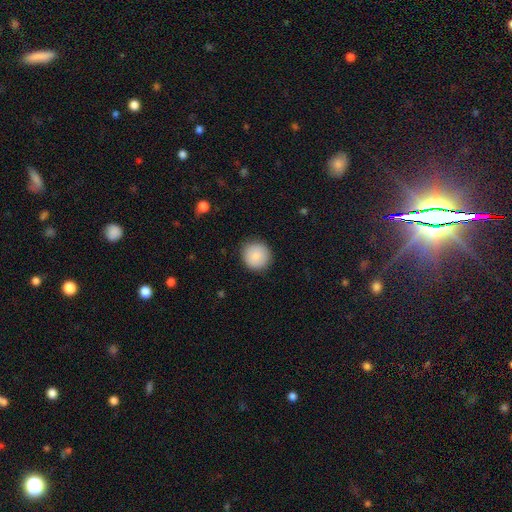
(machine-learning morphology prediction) A smooth galaxy with no disk features (87%) that is round (94%).

Vote fractions:
- Smooth or featured? smooth: 87% / star or artifact: 7% / featured or disk: 6%
- How rounded? round: 94% / in between: 5% / cigar-shaped: 1%
- Merging? none: 90% / minor disturbance: 7% / major disturbance: 2% / merger: 1%